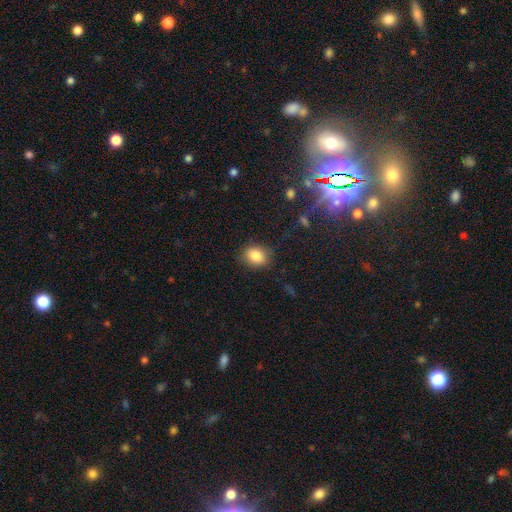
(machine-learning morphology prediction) smooth 84%, star or artifact 9%, featured or disk 7%. Down the decision tree: how rounded — in between (54%); merging — none (82%).